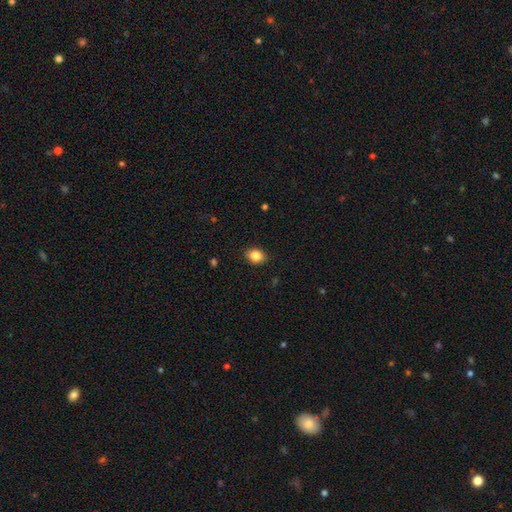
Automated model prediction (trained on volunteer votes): Q: Smooth or featured?
A: smooth (85%); runner-up: star or artifact (9%)
Q: How rounded?
A: in between (59%); runner-up: round (40%)
Q: Merging?
A: none (89%); runner-up: minor disturbance (8%)